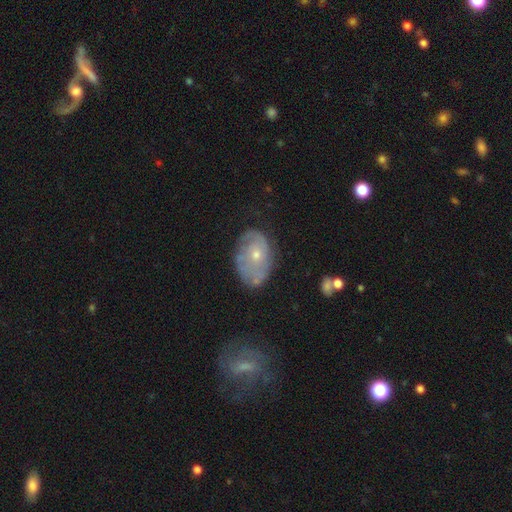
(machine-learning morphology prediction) This is likely a featured or disk galaxy (64%). It is clearly not viewed edge-on (95%). Bar: clearly no (84%). Spiral arm pattern: likely yes (67%). Central bulge: likely small (64%). Merging: possibly none (56%).